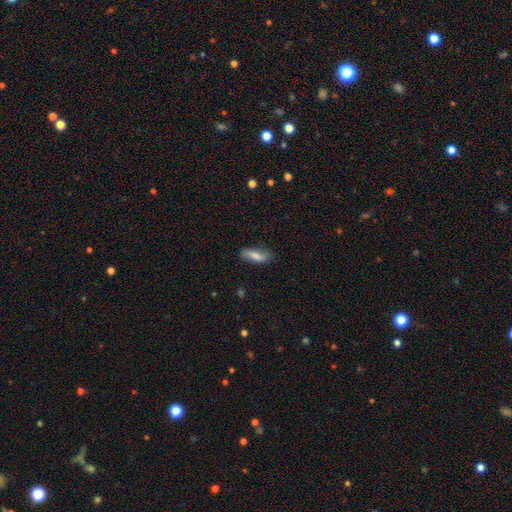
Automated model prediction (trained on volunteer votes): Smooth or featured?
  - smooth: 70% *
  - featured or disk: 23%
  - star or artifact: 7%
How rounded?
  - in between: 63% *
  - cigar-shaped: 34%
  - round: 3%
Merging?
  - none: 72% *
  - minor disturbance: 21%
  - major disturbance: 5%
  - merger: 2%